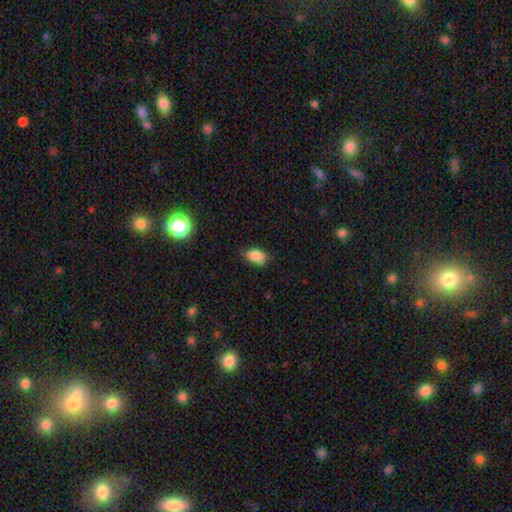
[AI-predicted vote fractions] Smooth or featured?
  - smooth: 84% *
  - star or artifact: 9%
  - featured or disk: 7%
How rounded?
  - in between: 88% *
  - round: 10%
  - cigar-shaped: 2%
Merging?
  - none: 64% *
  - minor disturbance: 29%
  - major disturbance: 5%
  - merger: 2%